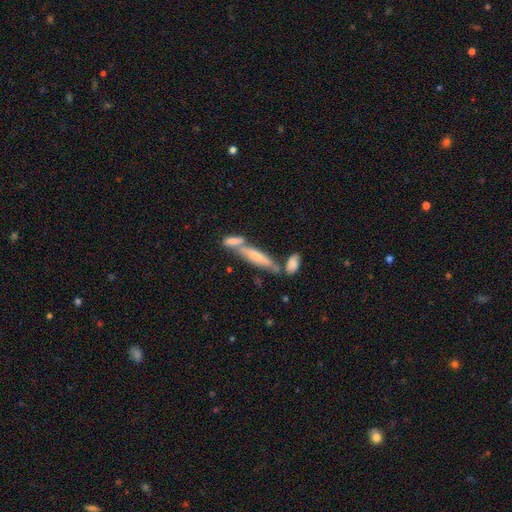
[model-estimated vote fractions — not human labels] featured or disk 50%, smooth 41%, star or artifact 9%. Down the decision tree: merging — none (47%).